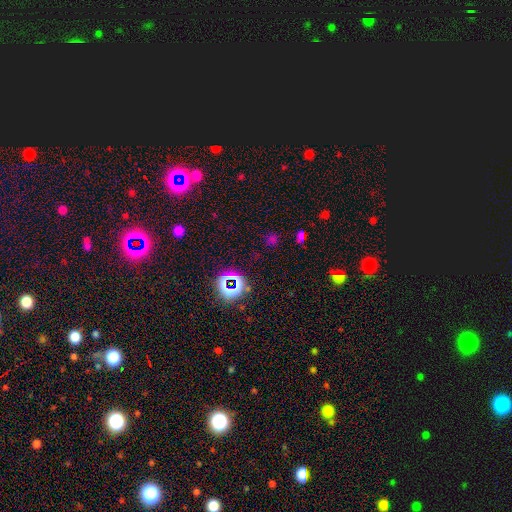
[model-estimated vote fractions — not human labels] A star or artifact, not a galaxy (63%).

Vote fractions:
- Smooth or featured? star or artifact: 63% / smooth: 30% / featured or disk: 7%